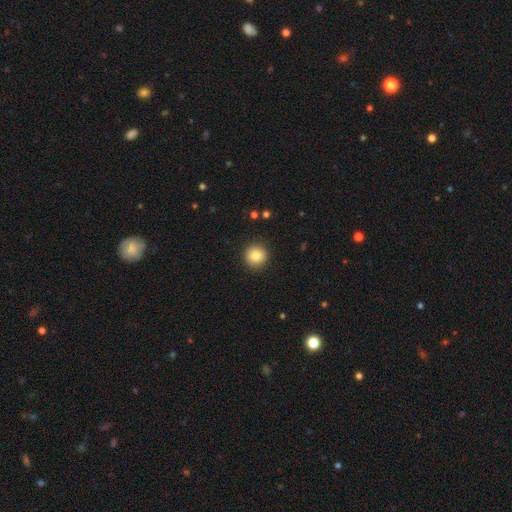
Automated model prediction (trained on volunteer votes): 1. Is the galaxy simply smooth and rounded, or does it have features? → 82% smooth, 9% star or artifact, 8% featured or disk.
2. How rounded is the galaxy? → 94% round, 5% in between, 1% cigar-shaped.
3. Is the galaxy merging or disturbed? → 90% none, 7% minor disturbance, 2% major disturbance, 1% merger.